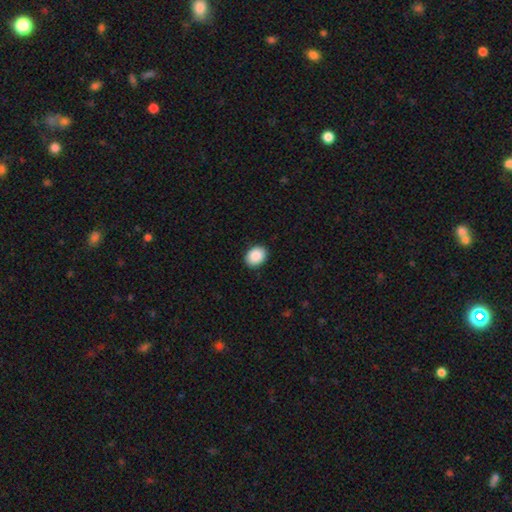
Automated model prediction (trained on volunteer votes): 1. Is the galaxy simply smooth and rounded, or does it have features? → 90% smooth, 7% star or artifact, 3% featured or disk.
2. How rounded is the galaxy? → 64% in between, 35% round, 1% cigar-shaped.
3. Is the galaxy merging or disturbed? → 90% none, 8% minor disturbance, 2% major disturbance, 1% merger.